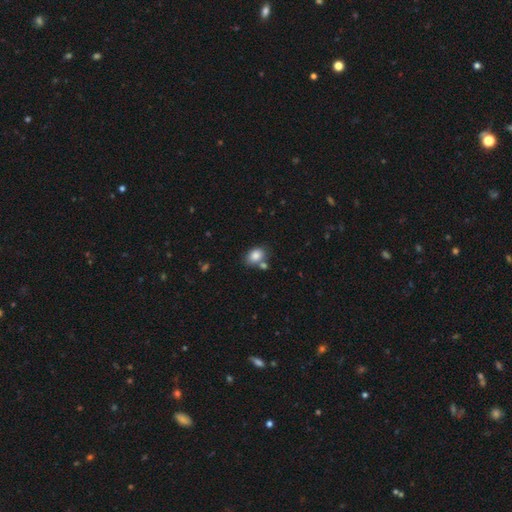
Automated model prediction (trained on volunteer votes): A smooth galaxy with no disk features (85%) that is in between round and cigar-shaped (76%). Merging: none (65%).